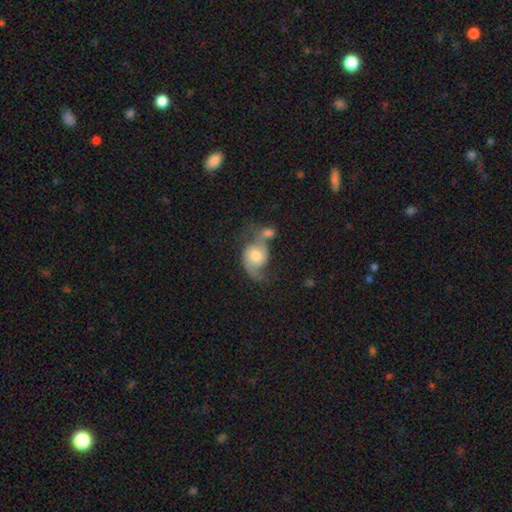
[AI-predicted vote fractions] This is likely a featured or disk galaxy (64%). It is clearly not viewed edge-on (97%). Bar: likely no (69%). Spiral arm pattern: clearly yes (88%). Spiral arm count: likely 2 (74%). Spiral winding: possibly loose (53%). Central bulge: possibly moderate (59%). Merging: marginally merger (37%).